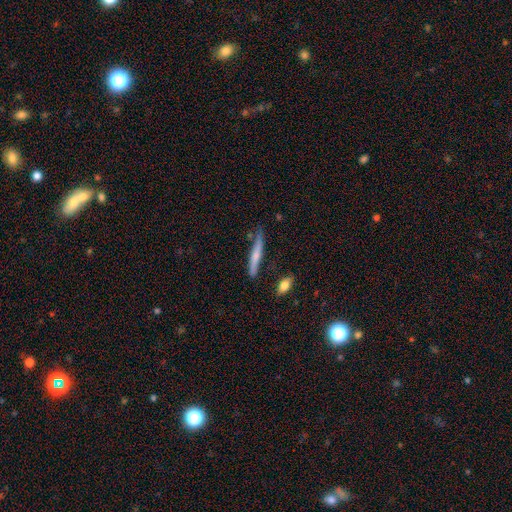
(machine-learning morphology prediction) The model was most divided on "smooth or featured": smooth: 57%, featured or disk: 37%, star or artifact: 6%. More confident: how rounded — cigar-shaped (93%); merging — none (72%).